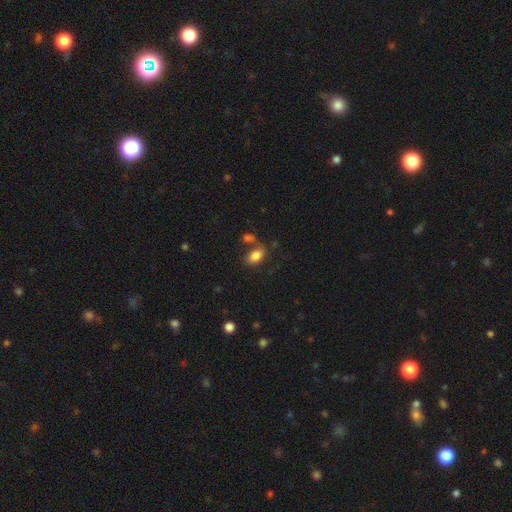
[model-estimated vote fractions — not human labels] smooth-or-featured: smooth: 83% | star or artifact: 9% | featured or disk: 9%
  how-rounded: in between: 90% | round: 8% | cigar-shaped: 2%
  merging: none: 58% | merger: 22% | minor disturbance: 14% | major disturbance: 6%